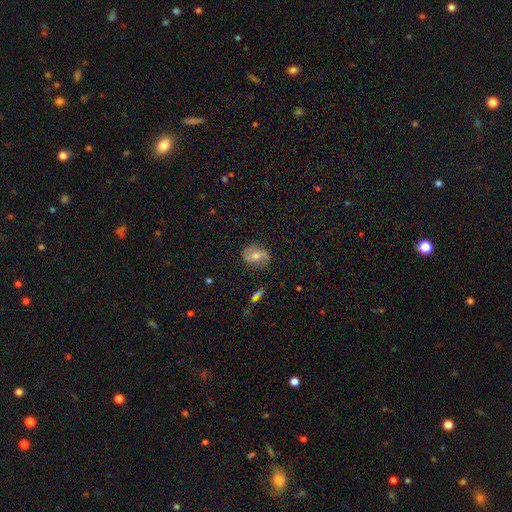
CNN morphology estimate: featured or disk 52%, smooth 38%, star or artifact 10%. Down the decision tree: edge-on disk — no (95%); merging — none (81%).